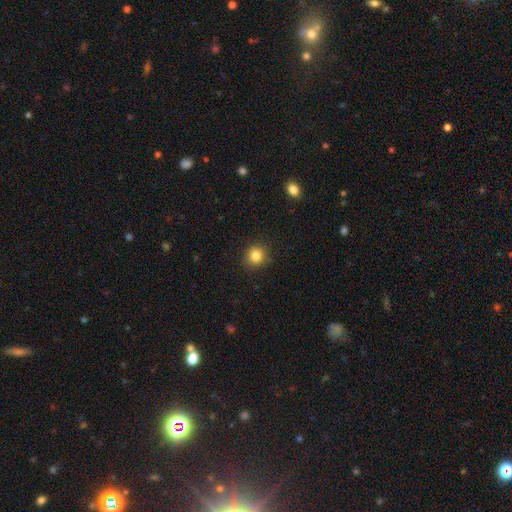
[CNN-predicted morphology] This appears to be a smooth galaxy with no disk features (84%) that is round (90%). Merging: none (90%).